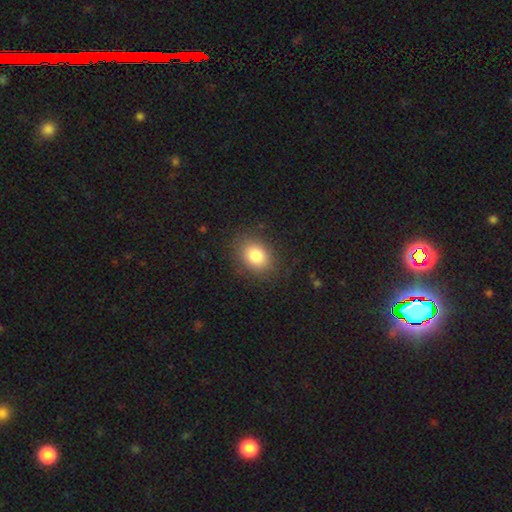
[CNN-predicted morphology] Smooth or featured: smooth — 83% (star or artifact — 9%)
How rounded: in between — 57% (round — 42%)
Merging: none — 83% (minor disturbance — 11%)